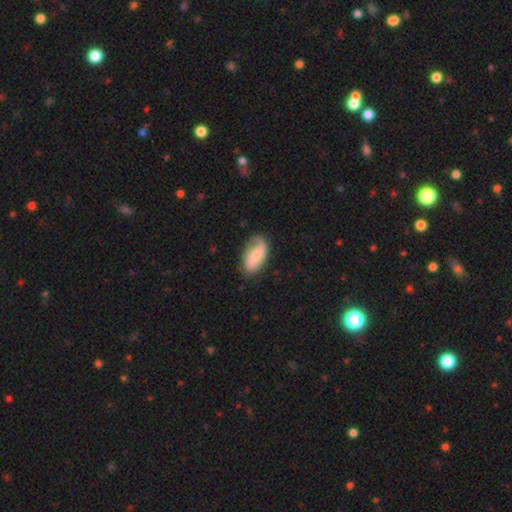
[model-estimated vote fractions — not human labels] featured or disk 52%, smooth 41%, star or artifact 6%. Down the decision tree: edge-on disk — no (94%); merging — none (70%).